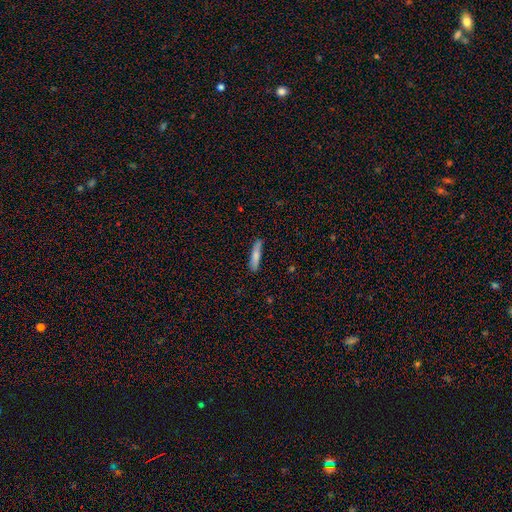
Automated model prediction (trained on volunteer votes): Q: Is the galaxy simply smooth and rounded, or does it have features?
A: smooth — 76%.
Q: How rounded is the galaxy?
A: cigar-shaped — 87%.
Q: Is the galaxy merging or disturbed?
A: none — 83%.